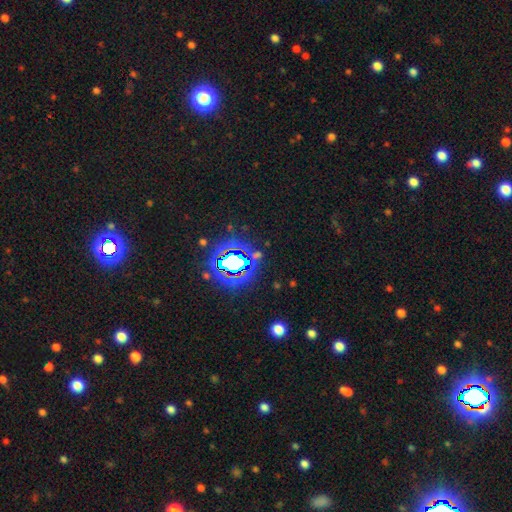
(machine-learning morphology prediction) Smooth or featured?
  - star or artifact: 67% *
  - smooth: 21%
  - featured or disk: 12%